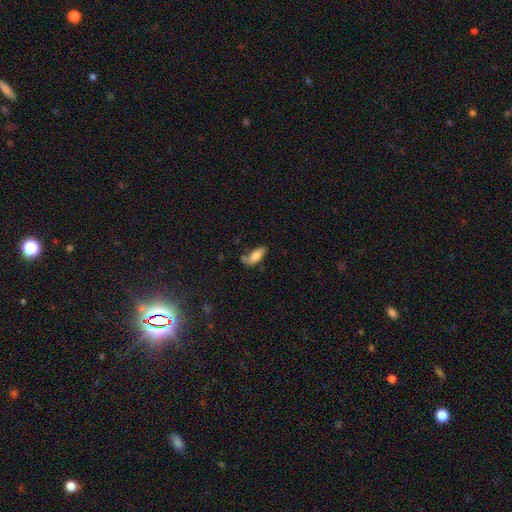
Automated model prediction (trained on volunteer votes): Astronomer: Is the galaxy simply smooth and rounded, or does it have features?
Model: smooth — 73%.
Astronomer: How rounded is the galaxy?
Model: in between — 76%.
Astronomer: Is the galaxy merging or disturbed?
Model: none — 48% (runner-up: minor disturbance, 26%).